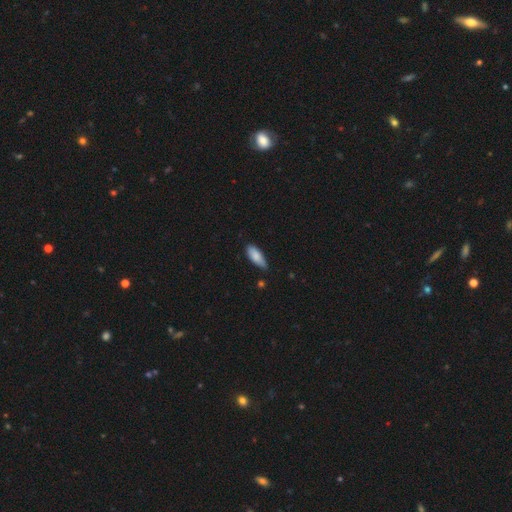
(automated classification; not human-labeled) smooth-or-featured: smooth: 84% | featured or disk: 10% | star or artifact: 6%
  how-rounded: in between: 74% | cigar-shaped: 24% | round: 2%
  merging: none: 67% | minor disturbance: 28% | major disturbance: 3% | merger: 2%